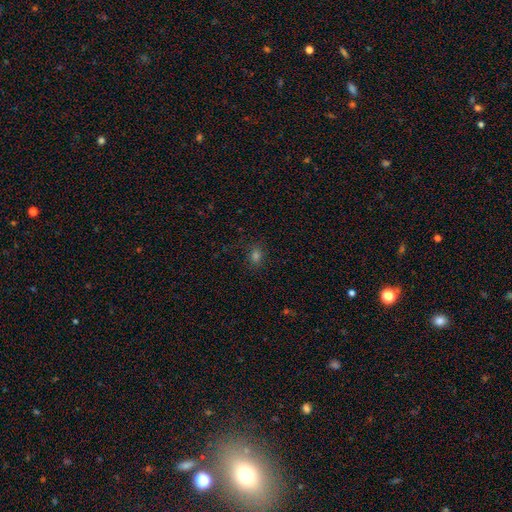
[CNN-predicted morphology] This is likely a smooth galaxy (70%). How rounded: possibly round (52%). Merging: clearly none (82%).